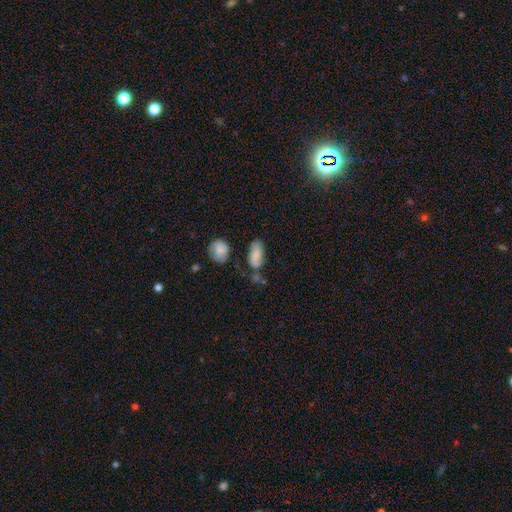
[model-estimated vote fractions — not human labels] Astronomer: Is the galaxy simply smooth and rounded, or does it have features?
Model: smooth — 77%.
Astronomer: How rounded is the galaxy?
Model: in between — 90%.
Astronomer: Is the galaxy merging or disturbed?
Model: none — 55%.